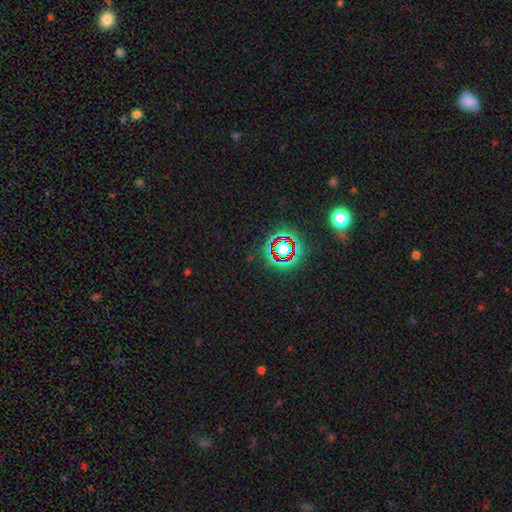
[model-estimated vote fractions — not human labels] Overall: star or artifact (77%).